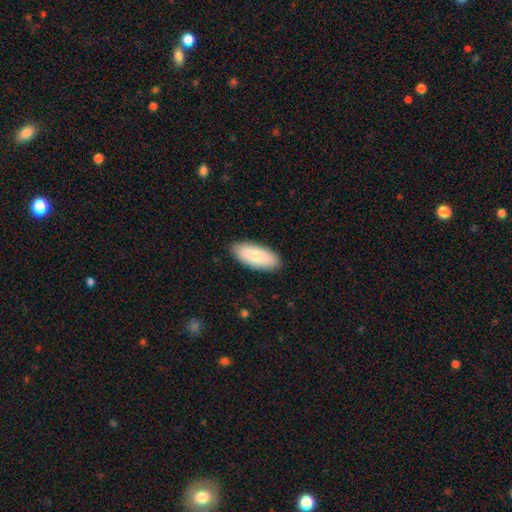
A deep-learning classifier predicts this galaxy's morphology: The model was most divided on "smooth or featured": smooth: 80%, featured or disk: 15%, star or artifact: 6%. More confident: merging — none (88%); how rounded — in between (85%).